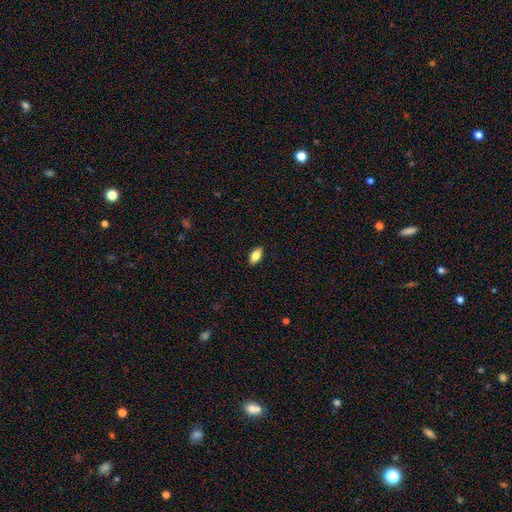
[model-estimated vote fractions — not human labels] Overall: smooth (84%). How rounded: in between (92%). Merging: none (90%).